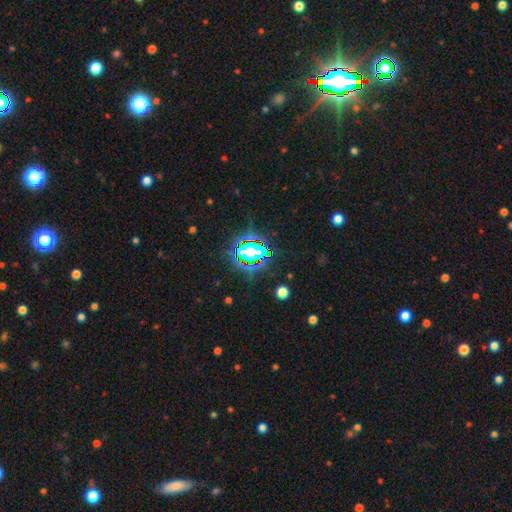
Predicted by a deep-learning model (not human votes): The model was most divided on "smooth or featured": star or artifact: 59%, smooth: 27%, featured or disk: 13%.